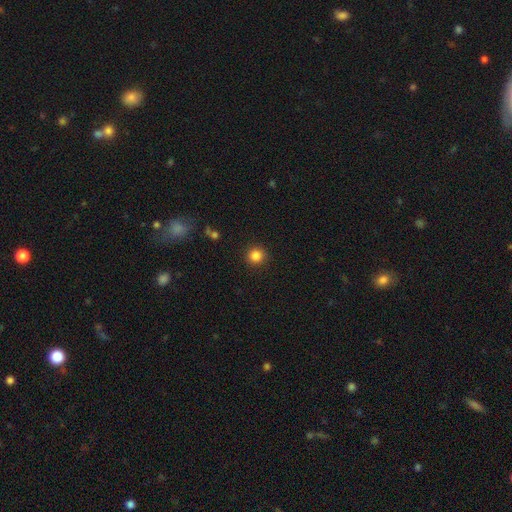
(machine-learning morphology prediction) Smooth or featured: smooth — 85% (star or artifact — 11%)
How rounded: round — 93% (in between — 6%)
Merging: none — 91% (minor disturbance — 6%)